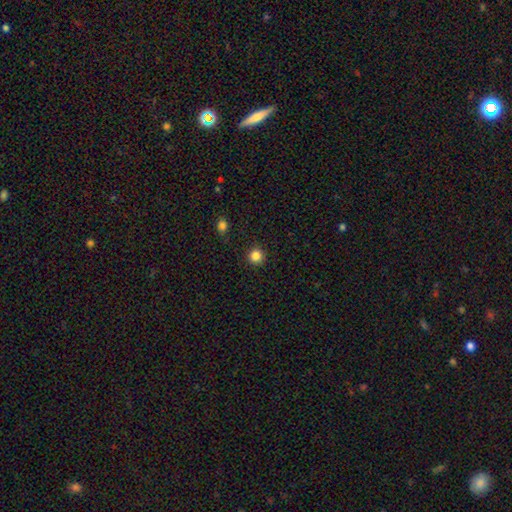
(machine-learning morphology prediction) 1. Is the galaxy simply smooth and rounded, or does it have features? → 84% smooth, 12% star or artifact, 4% featured or disk.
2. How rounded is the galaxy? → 94% round, 5% in between, 1% cigar-shaped.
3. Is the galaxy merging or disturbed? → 91% none, 6% minor disturbance, 2% major disturbance, 1% merger.